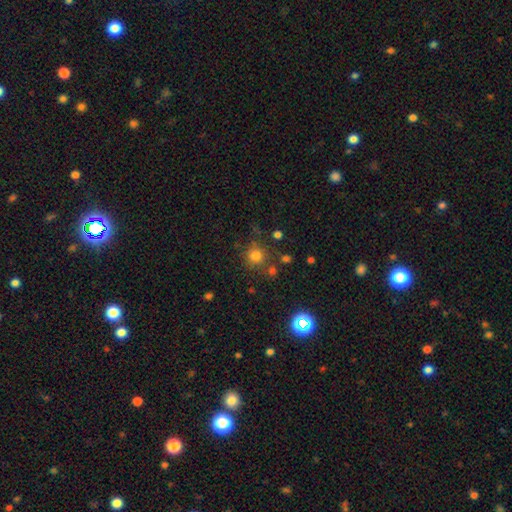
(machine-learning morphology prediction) This is likely a smooth galaxy (76%). How rounded: clearly round (92%). Merging: likely none (76%).